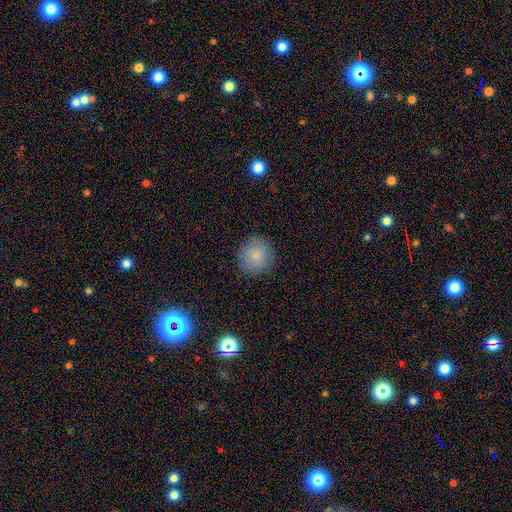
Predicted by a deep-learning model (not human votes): smooth_or_featured: smooth (p=0.85) [alt: star or artifact p=0.09]
how_rounded: round (p=0.90) [alt: in between p=0.09]
merging: none (p=0.88) [alt: minor disturbance p=0.08]